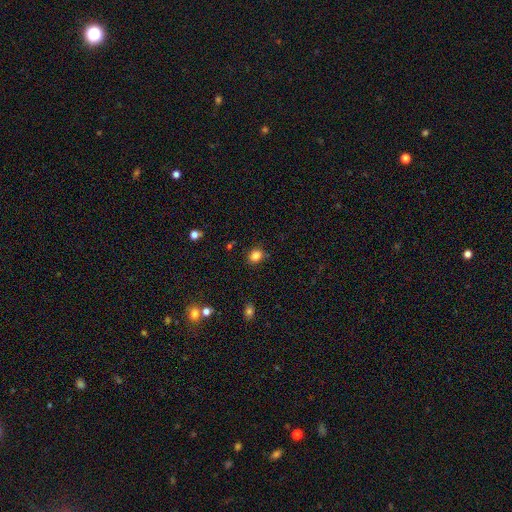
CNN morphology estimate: Smooth or featured? smooth (83%)
How rounded? round (57%)
Merging? none (83%)